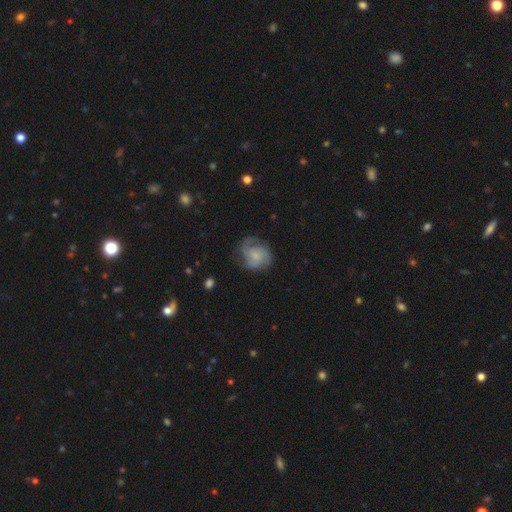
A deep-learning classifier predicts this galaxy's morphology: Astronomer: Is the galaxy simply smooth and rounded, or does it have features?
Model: featured or disk — 63%.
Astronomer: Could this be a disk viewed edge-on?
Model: no — 98%.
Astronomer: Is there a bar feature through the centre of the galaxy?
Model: no — 72%.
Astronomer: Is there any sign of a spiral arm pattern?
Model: yes — 89%.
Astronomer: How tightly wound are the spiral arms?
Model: medium — 43% (runner-up: tight, 42%).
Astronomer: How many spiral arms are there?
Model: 3 — 33% (runner-up: can't tell, 26%).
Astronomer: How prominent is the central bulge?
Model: small — 51% (runner-up: moderate, 26%).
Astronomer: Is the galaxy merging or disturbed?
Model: none — 62%.